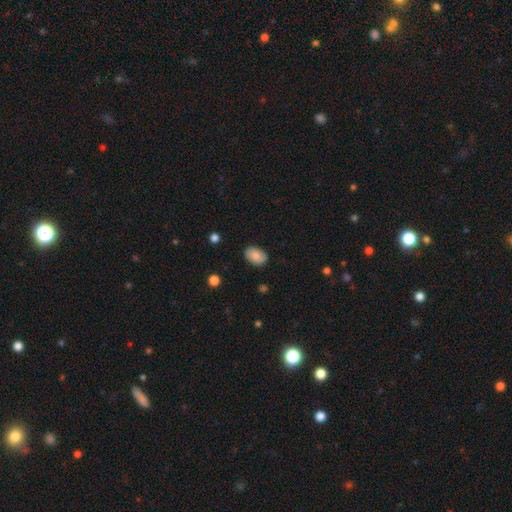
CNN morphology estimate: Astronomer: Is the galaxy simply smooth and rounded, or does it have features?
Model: smooth — 80%.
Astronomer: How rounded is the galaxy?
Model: in between — 87%.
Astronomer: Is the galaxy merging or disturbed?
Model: none — 83%.